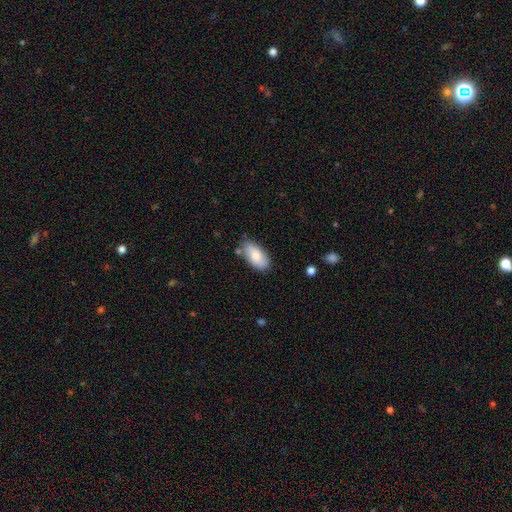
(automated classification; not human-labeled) A smooth galaxy with no disk features (80%) that is in between round and cigar-shaped (94%). Merging: none (74%).